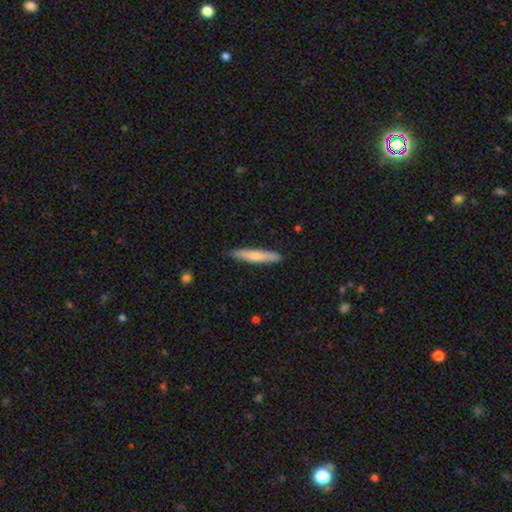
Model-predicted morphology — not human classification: The model was most divided on "smooth or featured": smooth: 71%, featured or disk: 24%, star or artifact: 5%. More confident: how rounded — cigar-shaped (92%); merging — none (88%).